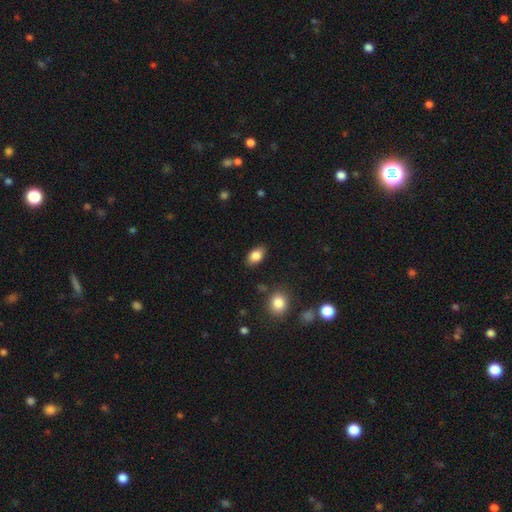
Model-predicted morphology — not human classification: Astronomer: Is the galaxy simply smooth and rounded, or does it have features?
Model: smooth — 84%.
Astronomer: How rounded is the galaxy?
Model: in between — 88%.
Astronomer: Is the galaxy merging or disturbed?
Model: none — 85%.